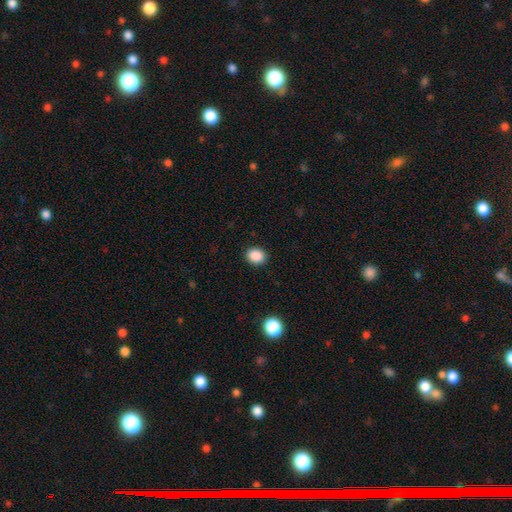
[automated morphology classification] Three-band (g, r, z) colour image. It shows a smooth galaxy with no disk features (89%) that is round (57%). Merging: none (91%).